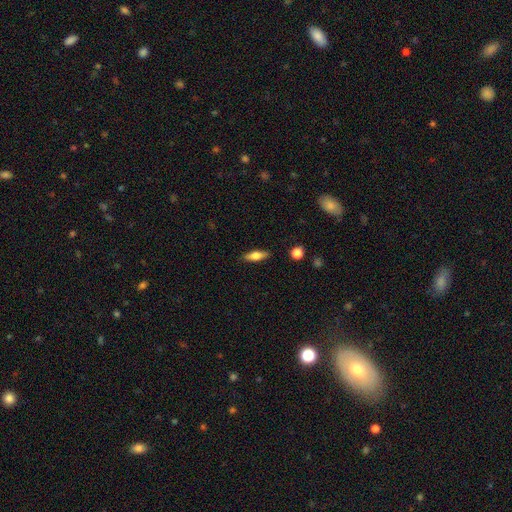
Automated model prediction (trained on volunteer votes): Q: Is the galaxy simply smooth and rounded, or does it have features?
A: smooth — 63%.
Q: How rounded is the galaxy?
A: in between — 51%.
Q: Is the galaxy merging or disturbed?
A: none — 87%.